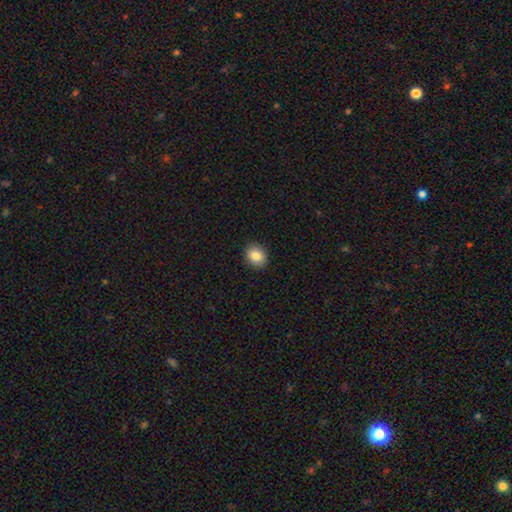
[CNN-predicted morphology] Overall: smooth (86%). How rounded: round (50%; in between 49%). Merging: none (90%).